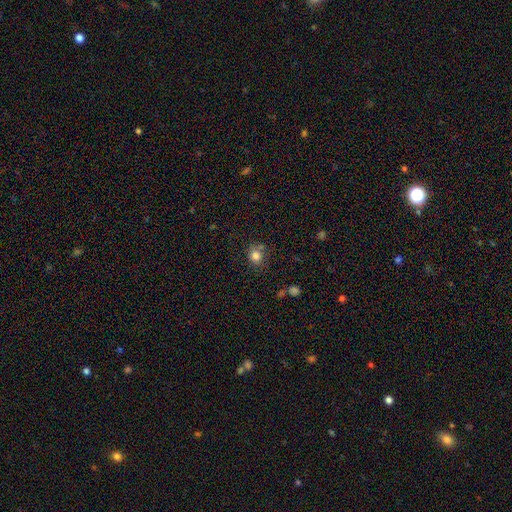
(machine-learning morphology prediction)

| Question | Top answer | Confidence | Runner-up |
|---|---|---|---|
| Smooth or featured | smooth | 81% | star or artifact (12%) |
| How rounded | round | 78% | in between (21%) |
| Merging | none | 69% | minor disturbance (16%) |